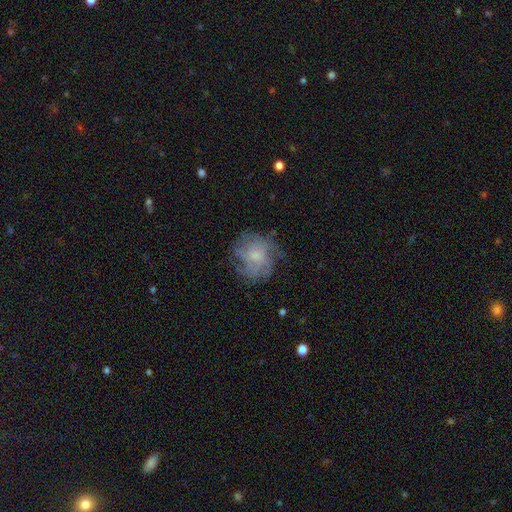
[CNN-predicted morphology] A featured or disk galaxy (53%) with no bar (77%), spiral arms (71%) and a small central bulge (53%).

Vote fractions:
- Smooth or featured? featured or disk: 53% / smooth: 37% / star or artifact: 11%
- Edge-on disk? no: 97% / yes: 3%
- Bar? no: 77% / weak: 21% / strong: 2%
- Spiral arms? yes: 71% / no: 29%
- Bulge size? small: 53% / moderate: 30% / none: 13% / large: 3% / dominant: 1%
- Merging? none: 63% / minor disturbance: 21% / major disturbance: 15% / merger: 1%